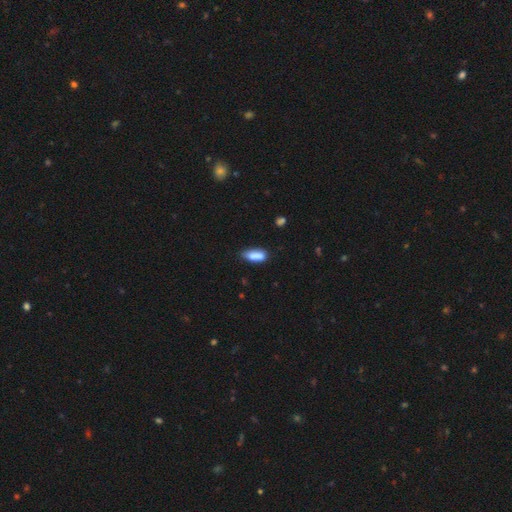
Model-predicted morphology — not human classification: Smooth or featured? smooth (83%)
How rounded? in between (72%)
Merging? none (59%)